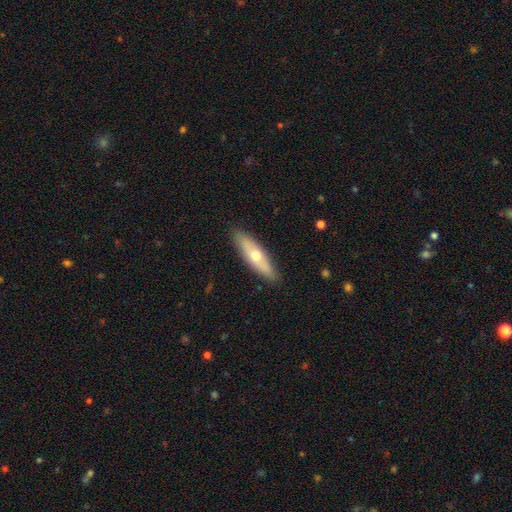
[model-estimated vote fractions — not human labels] smooth-or-featured: smooth: 52% | featured or disk: 42% | star or artifact: 6%
  how-rounded: cigar-shaped: 59% | in between: 39% | round: 2%
  merging: none: 88% | minor disturbance: 9% | major disturbance: 2% | merger: 1%